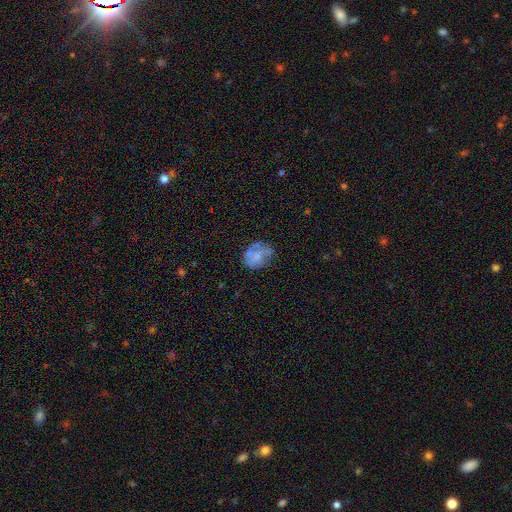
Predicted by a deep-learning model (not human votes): This is possibly a smooth galaxy (47%). Merging: possibly none (53%).